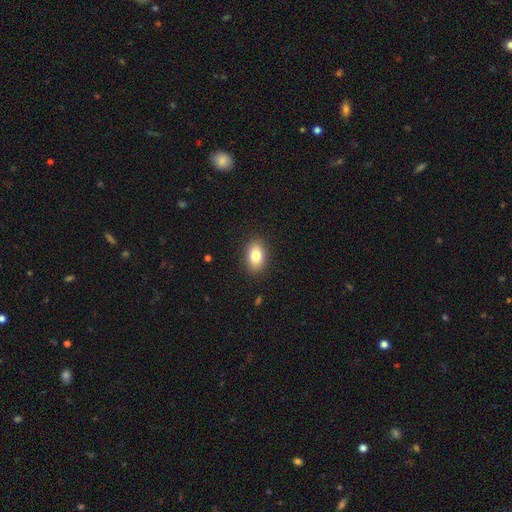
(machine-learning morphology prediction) This is clearly a smooth galaxy (82%). How rounded: clearly in between (87%). Merging: clearly none (88%).